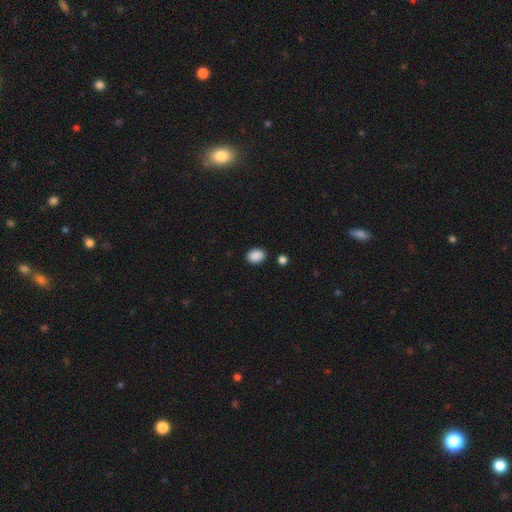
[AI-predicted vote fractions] Smooth or featured? Predicted: smooth (p=0.89). How rounded? Predicted: in between (p=0.71). Merging? Predicted: none (p=0.86).